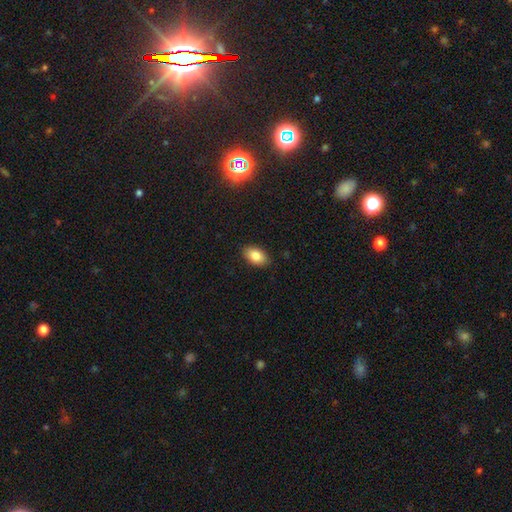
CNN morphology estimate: Smooth or featured? Predicted: smooth (p=0.85). How rounded? Predicted: in between (p=0.92). Merging? Predicted: none (p=0.88).